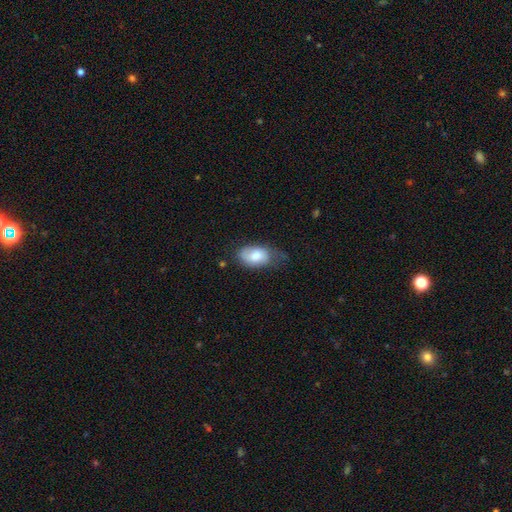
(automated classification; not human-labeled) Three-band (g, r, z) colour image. It shows a smooth galaxy with no disk features (73%) that is in between round and cigar-shaped (91%). Merging: none (43%).